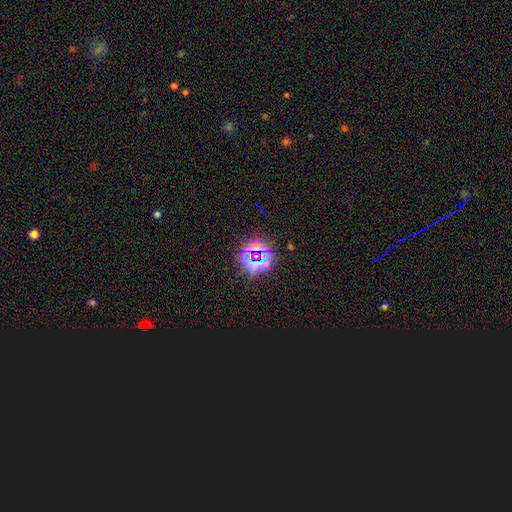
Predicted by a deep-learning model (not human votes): Overall: star or artifact (77%).